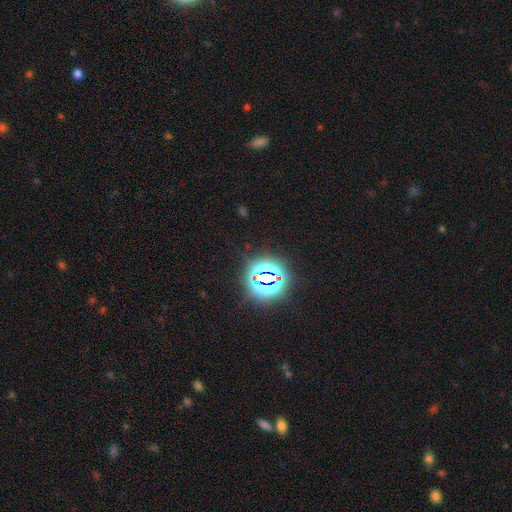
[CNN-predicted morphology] This appears to be a star or artifact, not a galaxy (81%).